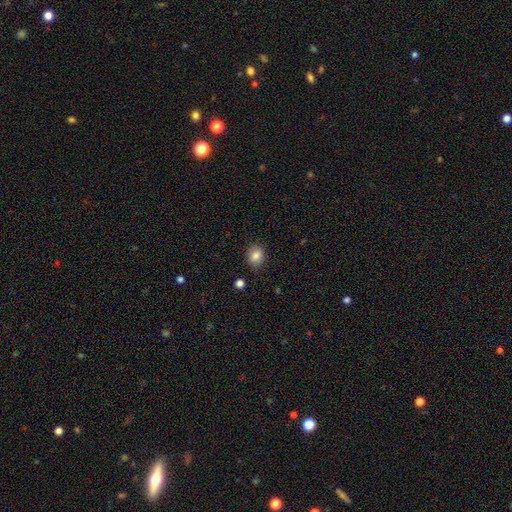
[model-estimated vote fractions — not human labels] A smooth galaxy with no disk features (84%) that is round (64%).

Vote fractions:
- Smooth or featured? smooth: 84% / star or artifact: 10% / featured or disk: 6%
- How rounded? round: 64% / in between: 35% / cigar-shaped: 1%
- Merging? none: 87% / minor disturbance: 9% / major disturbance: 2% / merger: 2%